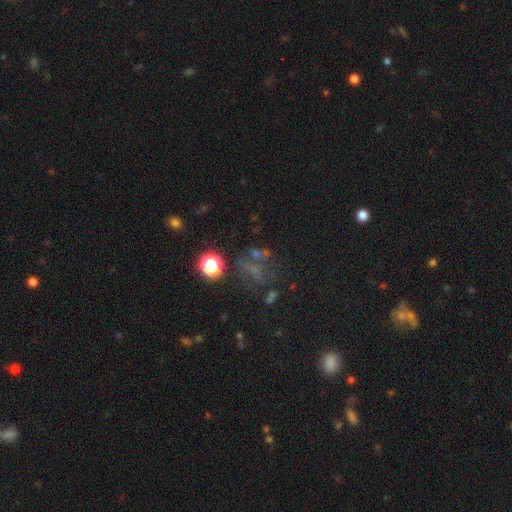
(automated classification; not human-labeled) A star or artifact, not a galaxy (46%).

Vote fractions:
- Smooth or featured? star or artifact: 46% / smooth: 33% / featured or disk: 20%